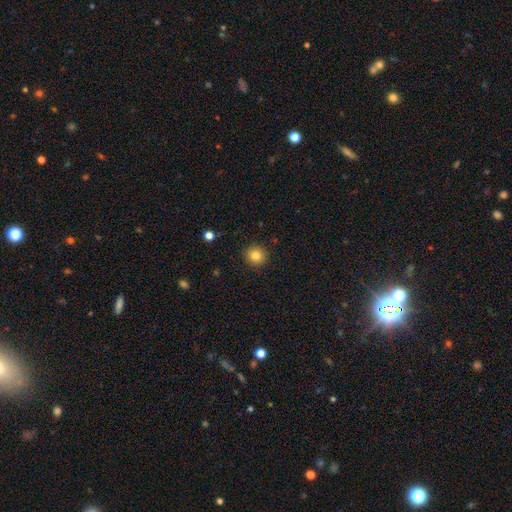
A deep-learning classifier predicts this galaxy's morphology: This appears to be a smooth galaxy with no disk features (83%) that is round (92%). Merging: none (92%).